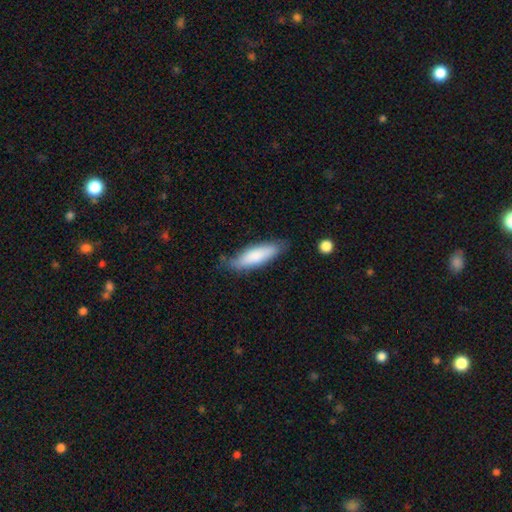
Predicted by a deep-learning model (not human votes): Q: Smooth or featured?
A: smooth (81%); runner-up: featured or disk (13%)
Q: How rounded?
A: cigar-shaped (55%); runner-up: in between (44%)
Q: Merging?
A: none (76%); runner-up: minor disturbance (19%)